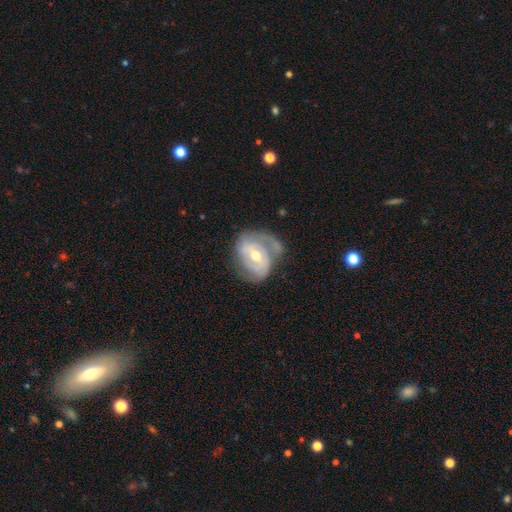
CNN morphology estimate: Overall: featured or disk (80%). Edge-on disk: no (97%). Bar: no (45%; weak 40%). Spiral arms: yes (88%). Spiral arm count: 2 (54%; can't tell 21%). Spiral winding: tight (48%; medium 37%). Bulge size: moderate (62%; small 33%). Merging: none (52%; minor disturbance 26%).